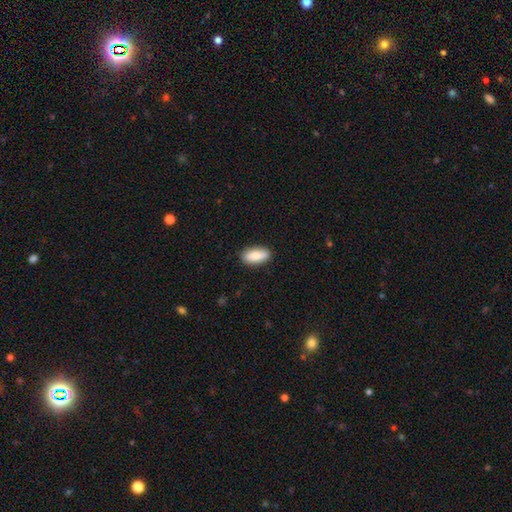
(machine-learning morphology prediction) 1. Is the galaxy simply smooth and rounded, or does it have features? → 86% smooth, 8% featured or disk, 6% star or artifact.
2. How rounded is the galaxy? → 87% in between, 11% cigar-shaped, 2% round.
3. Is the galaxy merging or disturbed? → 88% none, 9% minor disturbance, 2% major disturbance, 1% merger.